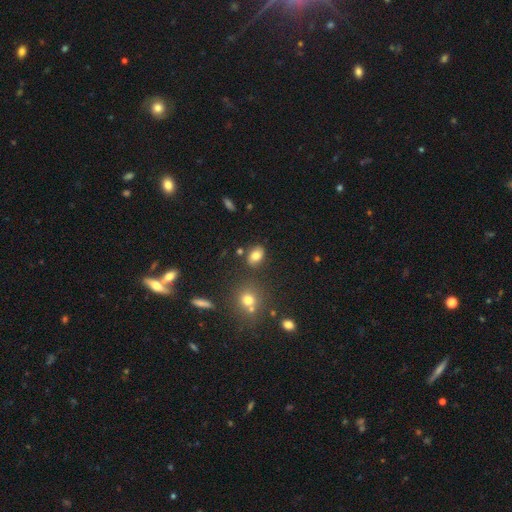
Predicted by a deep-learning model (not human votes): This appears to be a smooth galaxy with no disk features (78%) that is in between round and cigar-shaped (79%). Merging: none (80%).